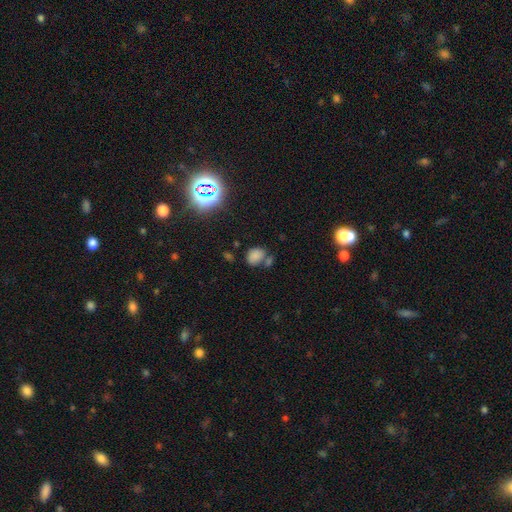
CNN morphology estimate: Smooth or featured? smooth (76%)
How rounded? in between (62%)
Merging? none (55%)